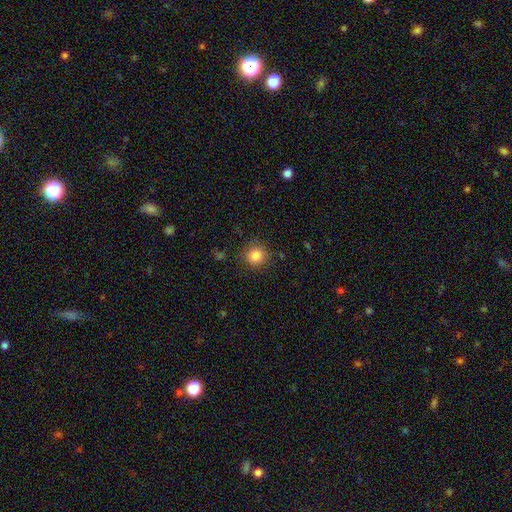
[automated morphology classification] This appears to be a smooth galaxy with no disk features (84%) that is round (93%). Merging: none (86%).